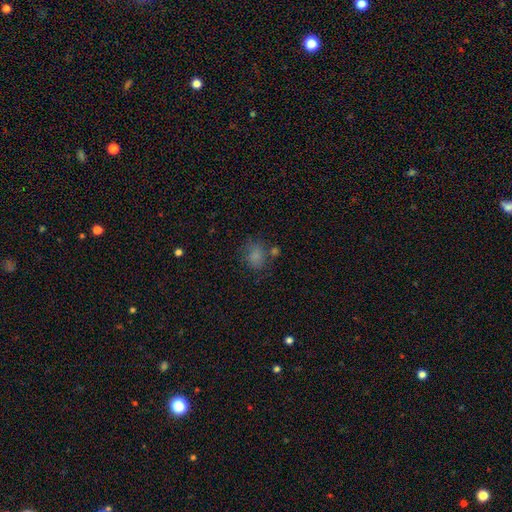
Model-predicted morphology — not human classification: Overall: smooth (78%). How rounded: round (55%; in between 44%). Merging: none (61%).